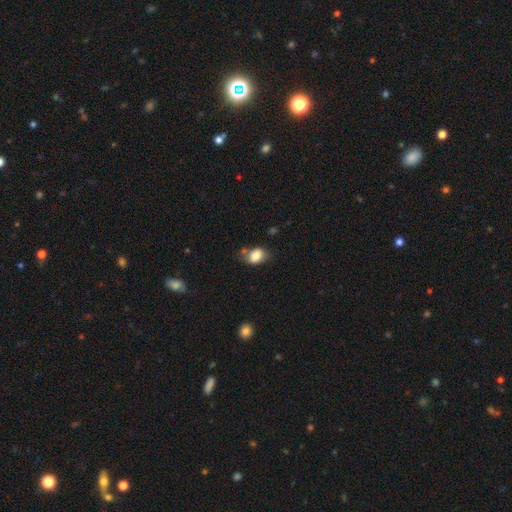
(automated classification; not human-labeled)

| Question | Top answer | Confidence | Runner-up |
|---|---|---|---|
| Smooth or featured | smooth | 82% | featured or disk (10%) |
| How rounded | in between | 76% | round (22%) |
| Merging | none | 58% | minor disturbance (25%) |